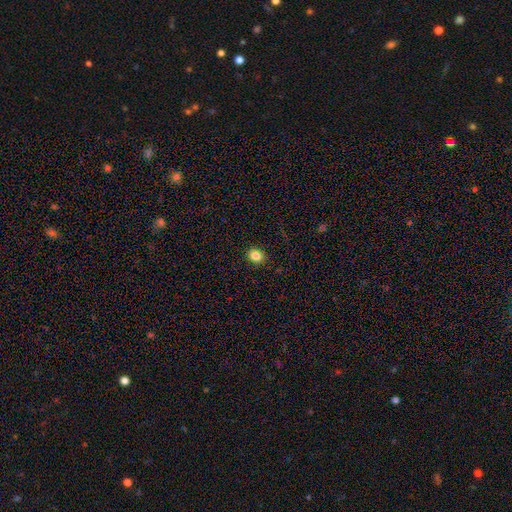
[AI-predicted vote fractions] Morphology: type=smooth (84%); roundness=round (71%); merging=none (91%).